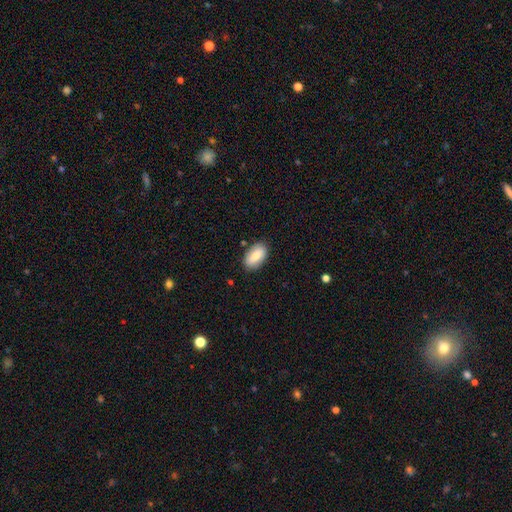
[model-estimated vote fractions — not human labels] smooth_or_featured: smooth (p=0.82) [alt: featured or disk p=0.11]
how_rounded: in between (p=0.93) [alt: round p=0.04]
merging: none (p=0.83) [alt: minor disturbance p=0.13]